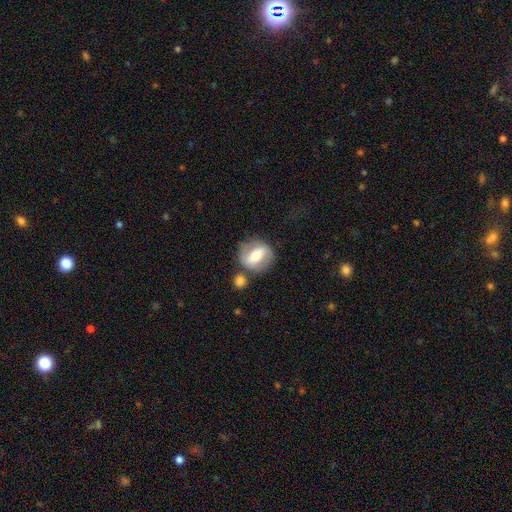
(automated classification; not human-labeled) This is possibly a featured or disk galaxy (47%). Merging: likely none (68%).